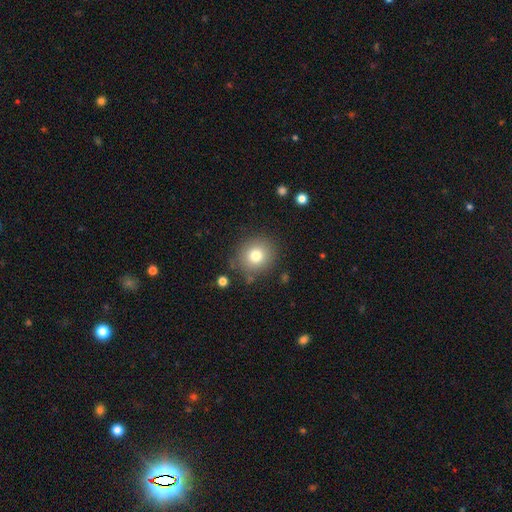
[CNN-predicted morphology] Q: Smooth or featured?
A: smooth (78%); runner-up: star or artifact (11%)
Q: How rounded?
A: round (87%); runner-up: in between (12%)
Q: Merging?
A: none (83%); runner-up: minor disturbance (11%)